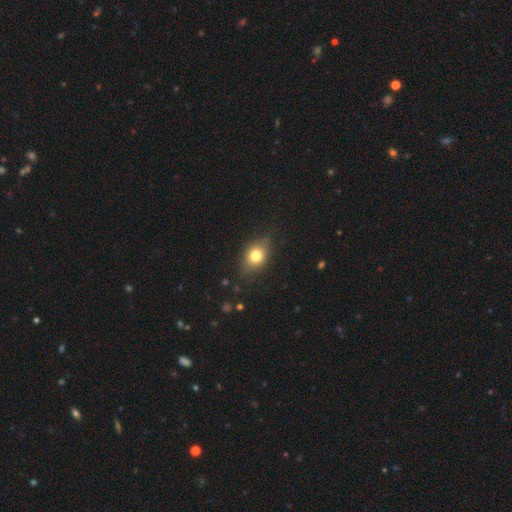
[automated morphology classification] type=smooth (74%); roundness=in between (67%); merging=none (78%).